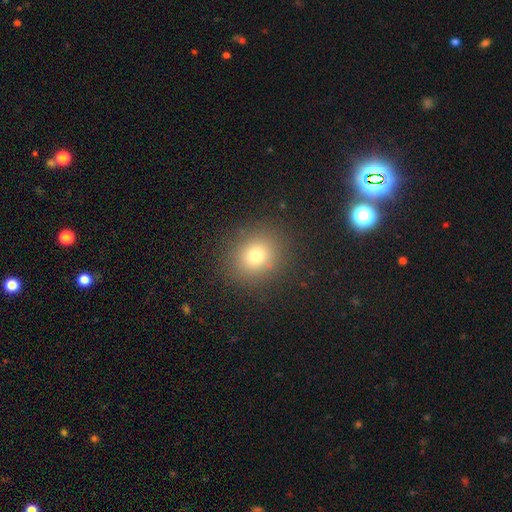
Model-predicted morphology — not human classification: Smooth or featured: smooth — 75% (star or artifact — 16%)
How rounded: round — 79% (in between — 20%)
Merging: none — 88% (minor disturbance — 7%)